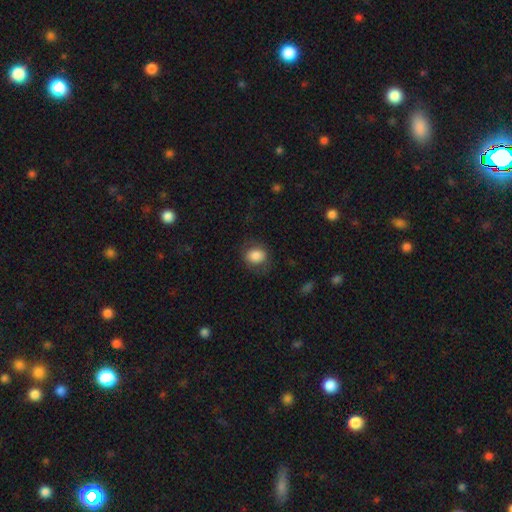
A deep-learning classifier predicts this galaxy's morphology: smooth-or-featured: smooth: 83% | featured or disk: 9% | star or artifact: 8%
  how-rounded: in between: 51% | round: 48% | cigar-shaped: 1%
  merging: none: 75% | minor disturbance: 16% | major disturbance: 8% | merger: 1%